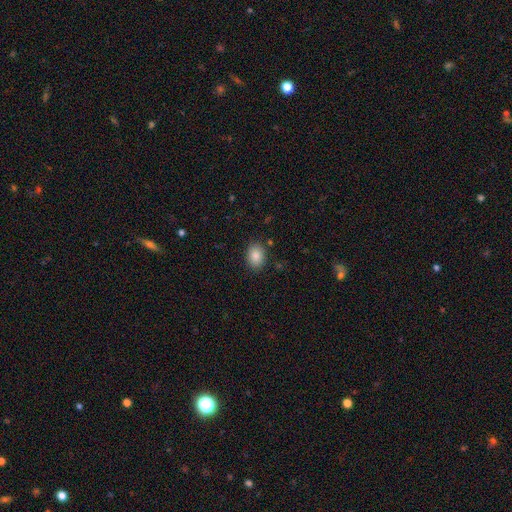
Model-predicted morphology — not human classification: This appears to be a smooth galaxy with no disk features (87%) that is in between round and cigar-shaped (71%). Merging: none (86%).